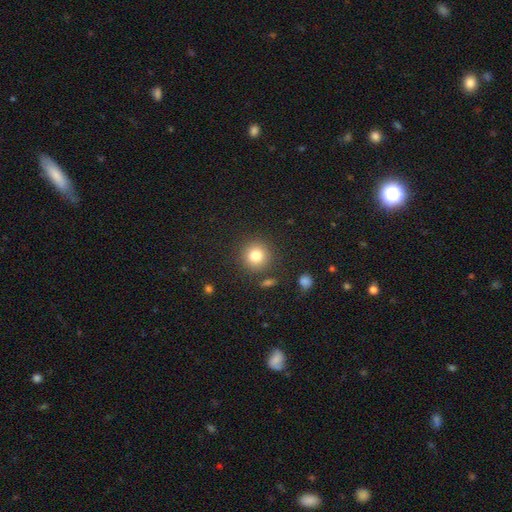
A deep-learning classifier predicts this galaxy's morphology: This is clearly a smooth galaxy (81%). How rounded: clearly round (92%). Merging: clearly none (86%).